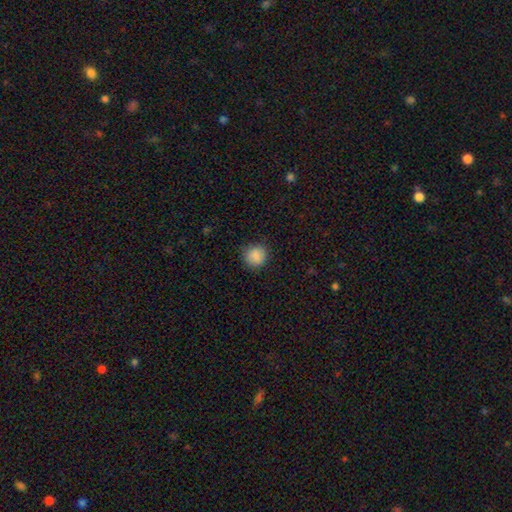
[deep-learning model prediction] This is clearly a smooth galaxy (88%). How rounded: clearly round (89%). Merging: clearly none (86%).